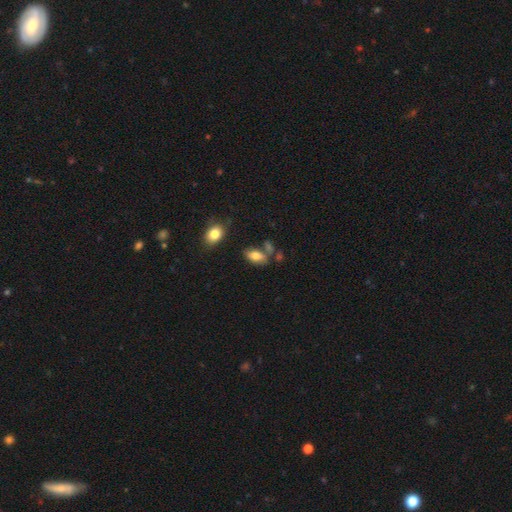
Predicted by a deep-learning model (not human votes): A smooth galaxy with no disk features (78%) that is in between round and cigar-shaped (89%). Merging: none (63%).